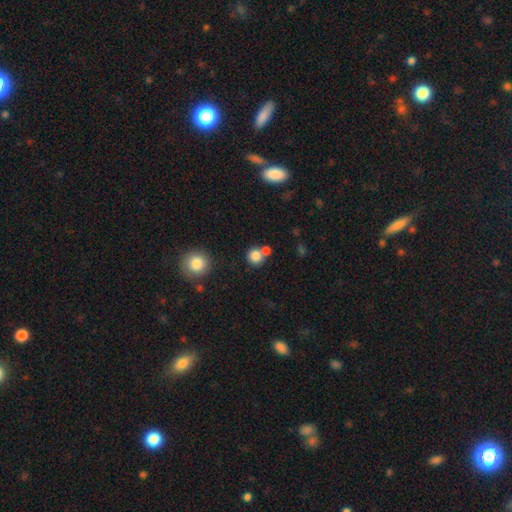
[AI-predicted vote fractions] Overall: smooth (82%). How rounded: round (89%). Merging: none (57%; merger 31%).